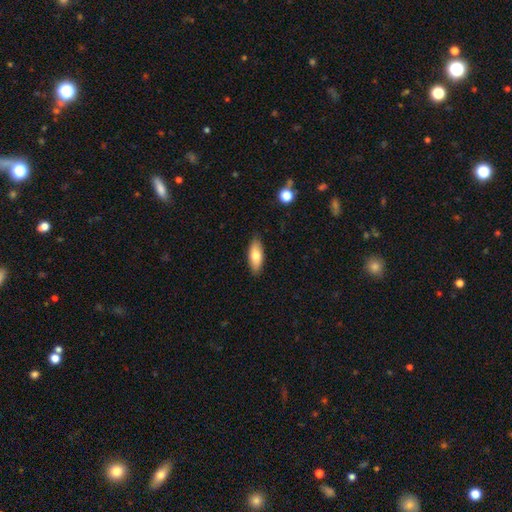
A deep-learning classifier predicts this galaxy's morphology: This appears to be a smooth galaxy with no disk features (75%) that is in between round and cigar-shaped (78%). Merging: none (87%).